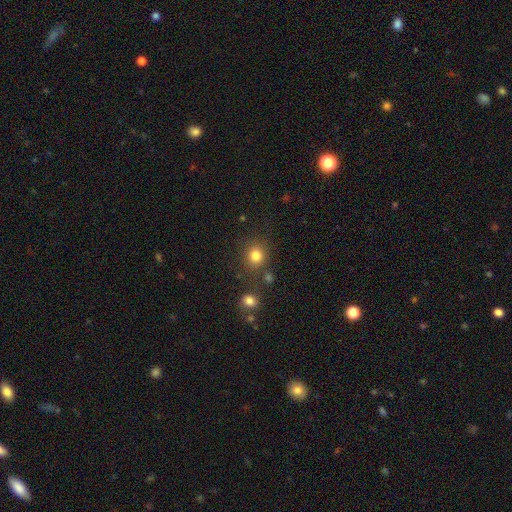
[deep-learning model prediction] Morphology: type=smooth (82%); roundness=round (86%); merging=none (79%).